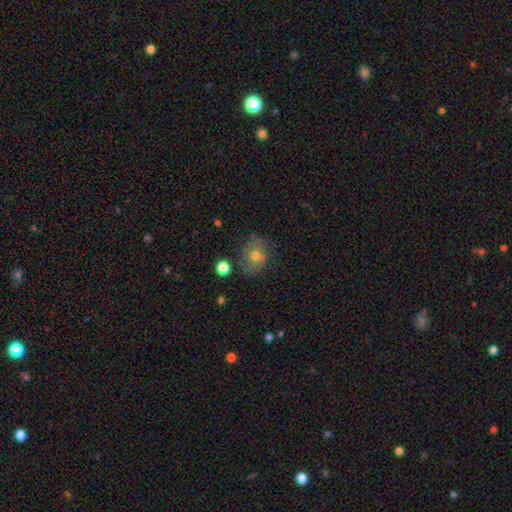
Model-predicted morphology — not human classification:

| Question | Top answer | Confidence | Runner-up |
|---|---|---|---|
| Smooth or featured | smooth | 46% | featured or disk (43%) |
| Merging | none | 65% | minor disturbance (22%) |